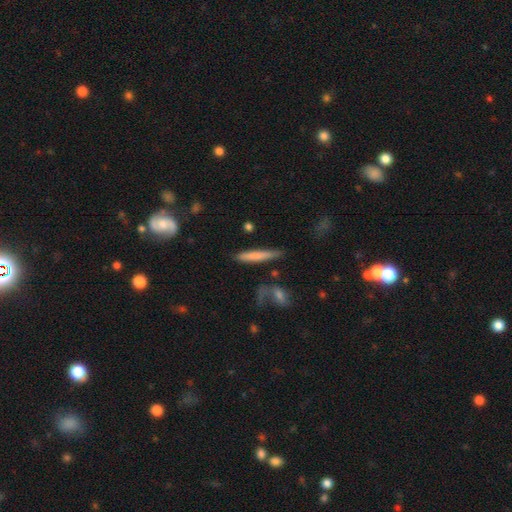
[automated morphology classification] A smooth galaxy with no disk features (69%) that is cigar-shaped (93%). Merging: none (76%).